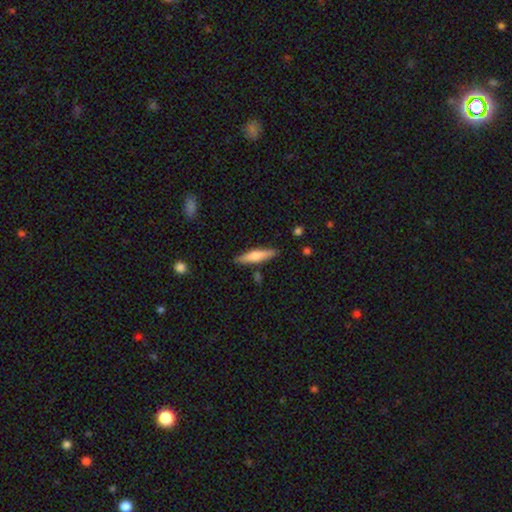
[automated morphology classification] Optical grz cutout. It shows a smooth galaxy with no disk features (57%) that is cigar-shaped (81%). Merging: none (87%).